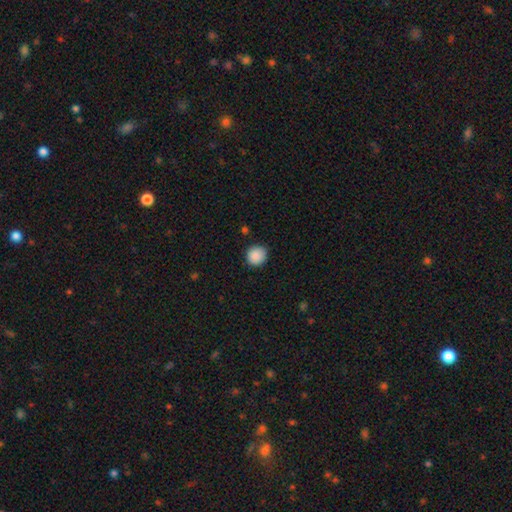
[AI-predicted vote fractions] A smooth galaxy with no disk features (89%) that is round (92%). Merging: none (88%).